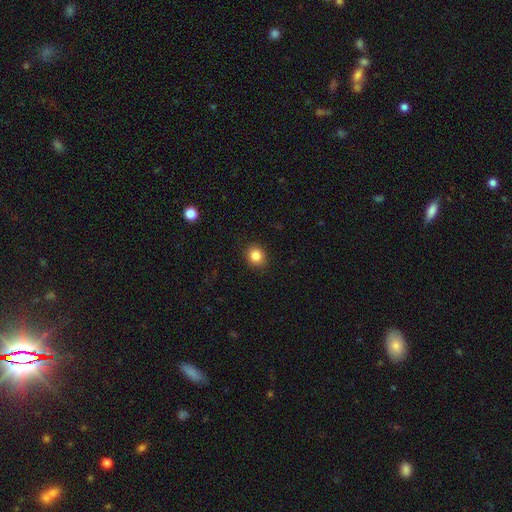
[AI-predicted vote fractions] smooth_or_featured: smooth (p=0.84) [alt: star or artifact p=0.10]
how_rounded: round (p=0.73) [alt: in between p=0.26]
merging: none (p=0.90) [alt: minor disturbance p=0.07]